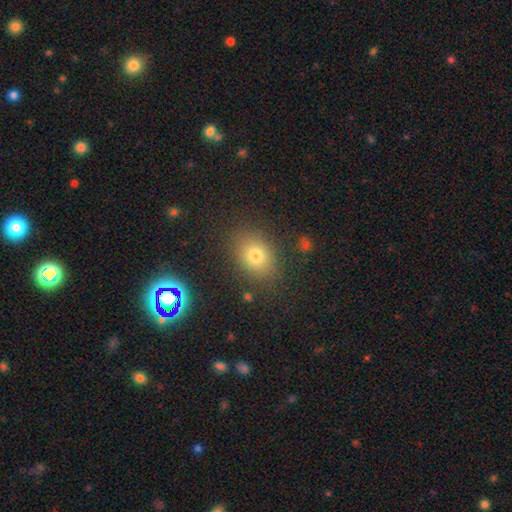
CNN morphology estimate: Smooth or featured: smooth — 74% (star or artifact — 15%)
How rounded: in between — 58% (round — 40%)
Merging: none — 83% (minor disturbance — 11%)